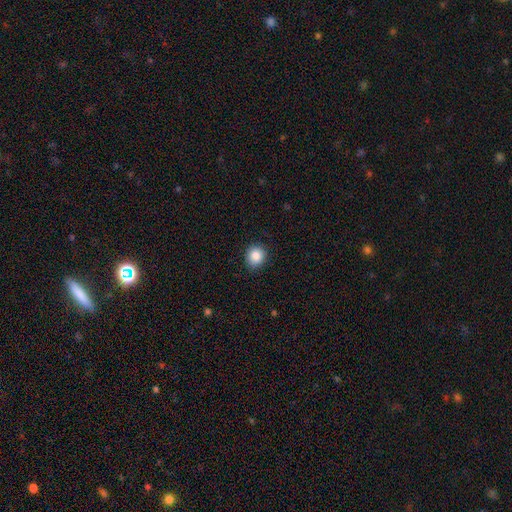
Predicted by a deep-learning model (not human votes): Smooth or featured?
  - smooth: 86% *
  - star or artifact: 9%
  - featured or disk: 5%
How rounded?
  - round: 81% *
  - in between: 18%
  - cigar-shaped: 1%
Merging?
  - none: 87% *
  - minor disturbance: 9%
  - major disturbance: 2%
  - merger: 1%